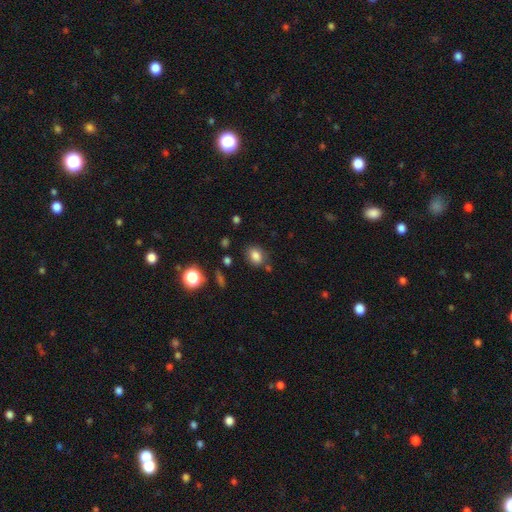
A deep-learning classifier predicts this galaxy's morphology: type=smooth (82%); roundness=in between (67%); merging=none (77%).